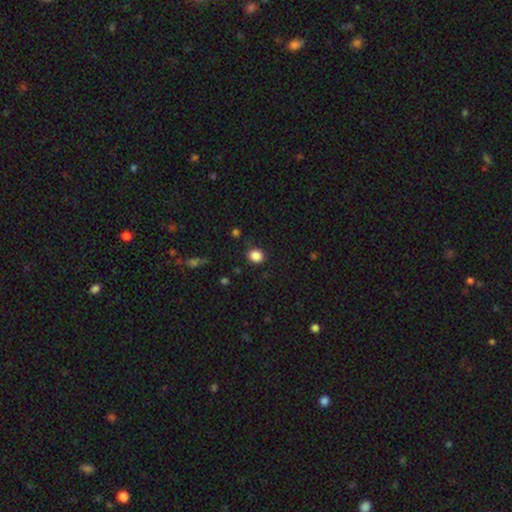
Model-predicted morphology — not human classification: Smooth or featured? smooth (87%)
How rounded? round (69%)
Merging? none (86%)